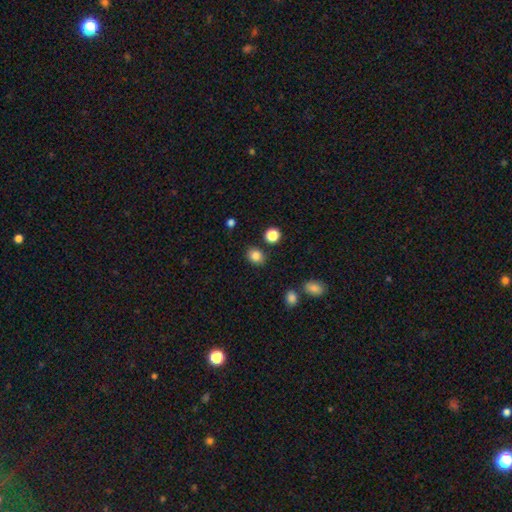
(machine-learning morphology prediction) The model was most divided on "how rounded": round: 57%, in between: 42%, cigar-shaped: 1%. More confident: merging — none (85%); smooth or featured — smooth (84%).